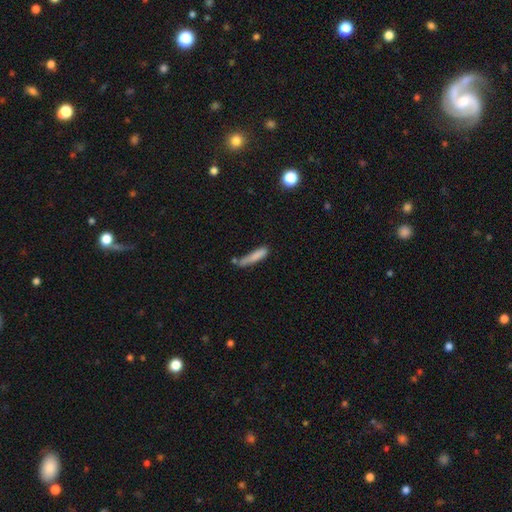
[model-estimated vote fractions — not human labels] Morphology: type=smooth (79%); roundness=cigar-shaped (84%); merging=none (49%).